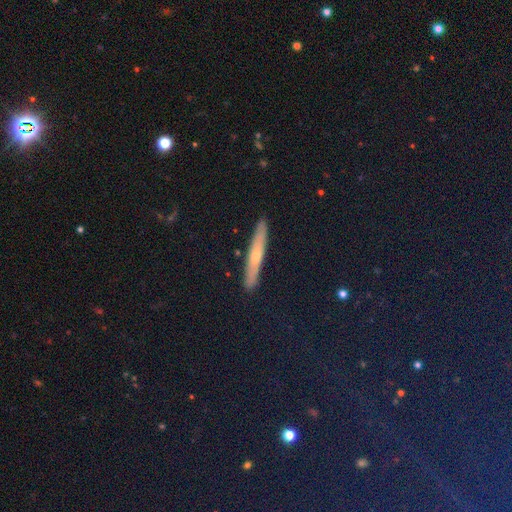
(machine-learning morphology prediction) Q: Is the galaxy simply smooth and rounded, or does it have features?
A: featured or disk — 48%.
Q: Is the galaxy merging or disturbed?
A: none — 90%.